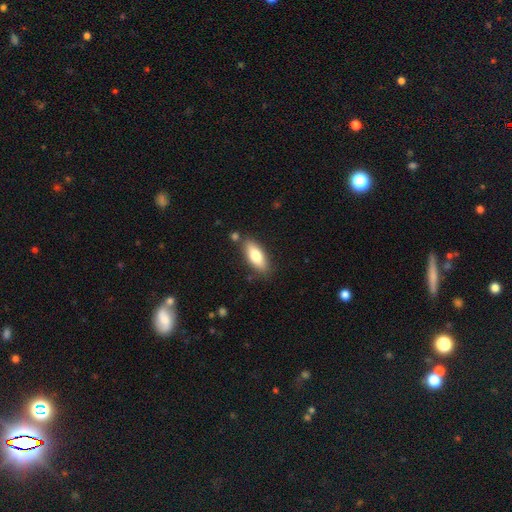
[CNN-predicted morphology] The model was most divided on "how rounded": in between: 75%, cigar-shaped: 22%, round: 2%. More confident: merging — none (81%); smooth or featured — smooth (76%).